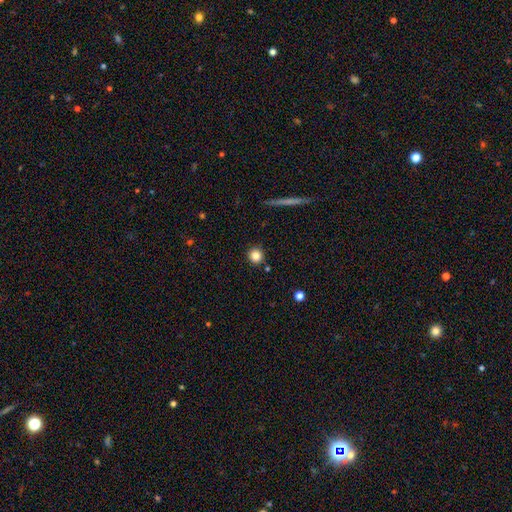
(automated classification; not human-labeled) The model was most divided on "smooth or featured": smooth: 83%, star or artifact: 11%, featured or disk: 6%. More confident: how rounded — round (93%); merging — none (88%).